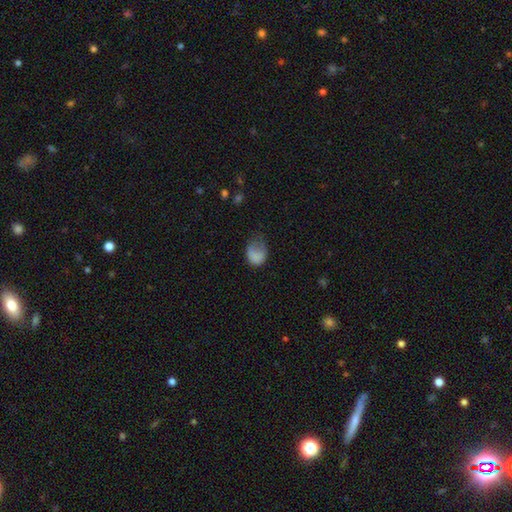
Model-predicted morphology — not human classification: This appears to be a smooth galaxy with no disk features (77%) that is in between round and cigar-shaped (57%). Merging: major disturbance (38%).